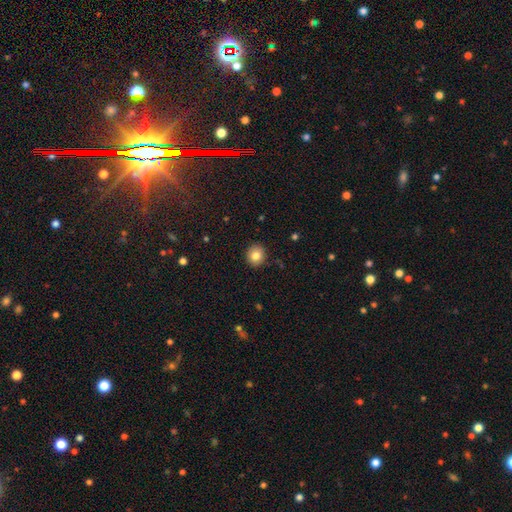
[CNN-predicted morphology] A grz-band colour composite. It shows a smooth galaxy with no disk features (82%) that is round (80%). Merging: none (90%).